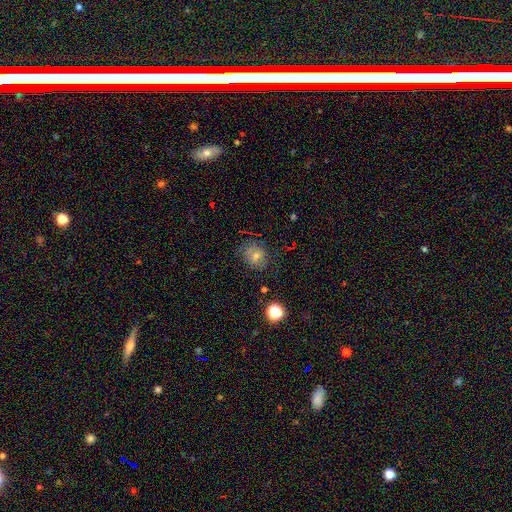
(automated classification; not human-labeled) smooth-or-featured: smooth: 58% | star or artifact: 22% | featured or disk: 20%
  how-rounded: round: 71% | in between: 28% | cigar-shaped: 1%
  merging: none: 75% | minor disturbance: 16% | major disturbance: 6% | merger: 3%